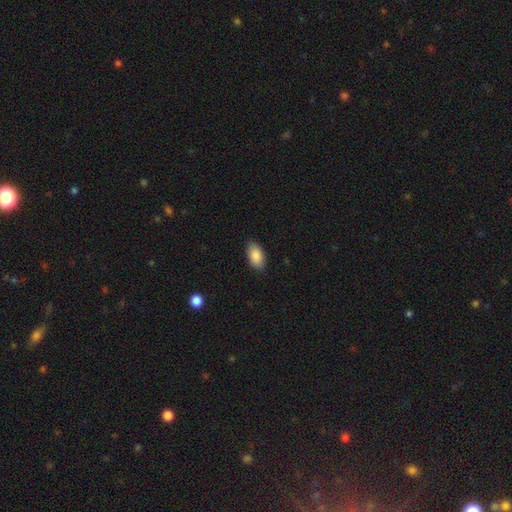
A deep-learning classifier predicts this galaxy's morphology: This appears to be a smooth galaxy with no disk features (89%) that is in between round and cigar-shaped (94%). Merging: none (87%).